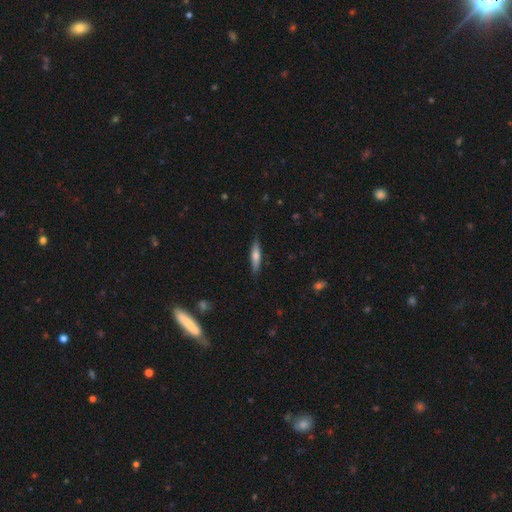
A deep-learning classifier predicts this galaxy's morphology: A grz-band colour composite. It shows a smooth galaxy with no disk features (55%) that is cigar-shaped (82%). Merging: none (84%).